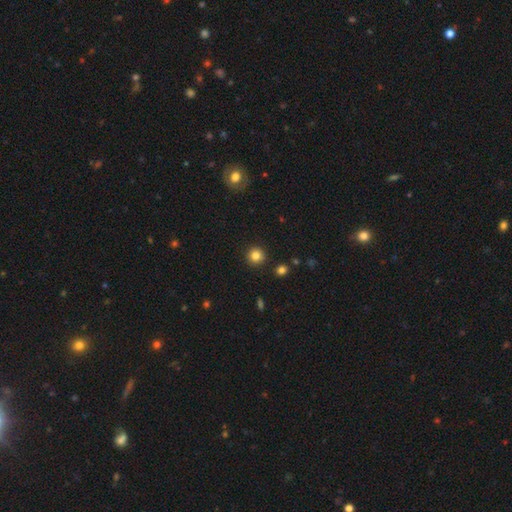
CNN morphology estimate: Smooth or featured? smooth (83%)
How rounded? round (94%)
Merging? none (92%)